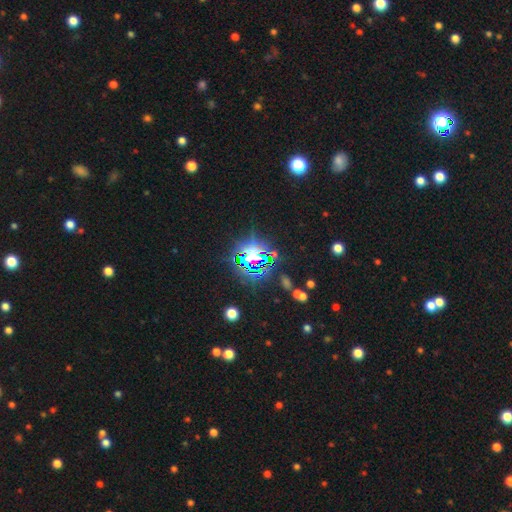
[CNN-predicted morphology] This is likely a star or artifact rather than a galaxy (78%).